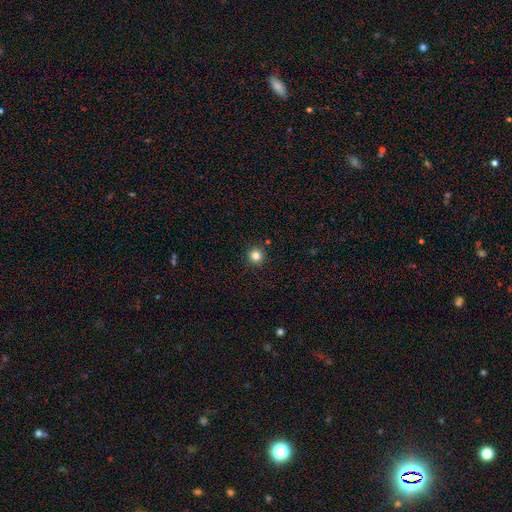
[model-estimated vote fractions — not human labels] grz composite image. It shows a smooth galaxy with no disk features (82%) that is round (95%). Merging: none (91%).